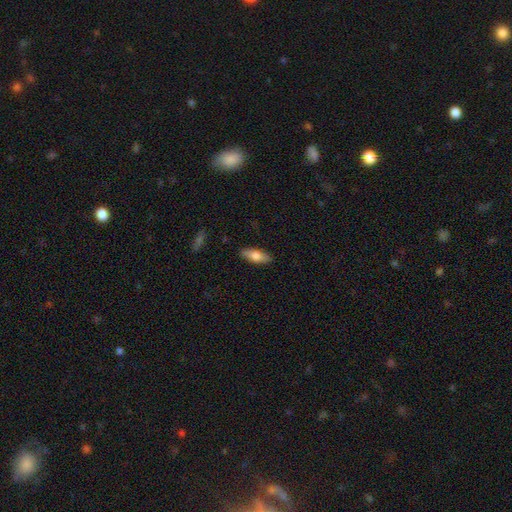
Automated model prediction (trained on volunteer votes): Morphology: type=smooth (68%); roundness=in between (68%); merging=none (88%).